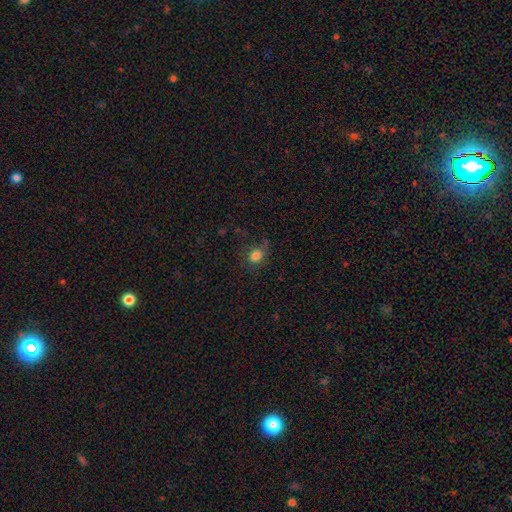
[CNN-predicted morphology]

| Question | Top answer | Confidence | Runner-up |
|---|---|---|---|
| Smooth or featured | smooth | 80% | star or artifact (14%) |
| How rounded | round | 64% | in between (35%) |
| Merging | none | 69% | minor disturbance (20%) |